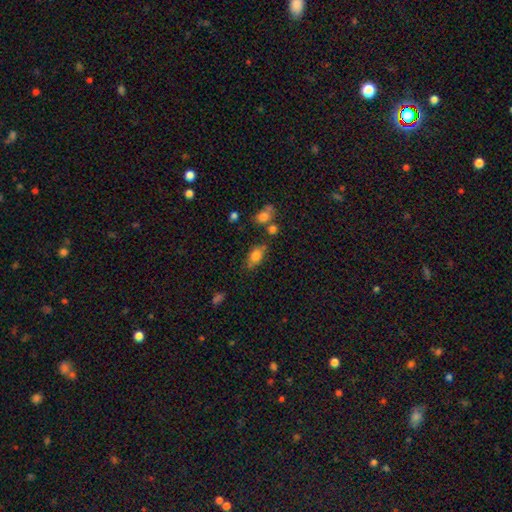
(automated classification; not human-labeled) smooth-or-featured: smooth: 76% | featured or disk: 15% | star or artifact: 10%
  how-rounded: in between: 84% | round: 9% | cigar-shaped: 7%
  merging: none: 67% | minor disturbance: 19% | merger: 8% | major disturbance: 6%